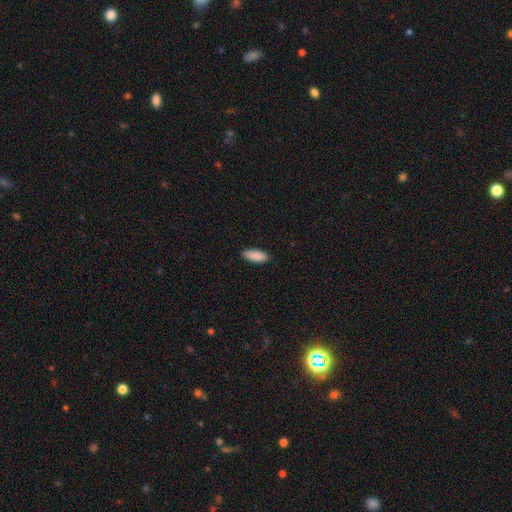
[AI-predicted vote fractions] Smooth or featured: smooth — 90% (star or artifact — 6%)
How rounded: in between — 78% (cigar-shaped — 21%)
Merging: none — 88% (minor disturbance — 9%)